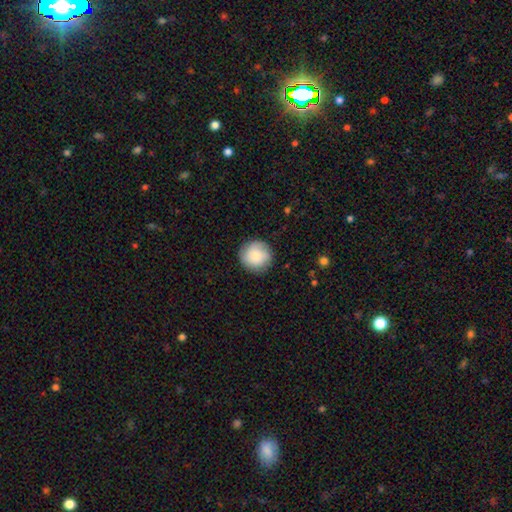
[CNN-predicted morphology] type=smooth (71%); roundness=round (95%); merging=none (86%).